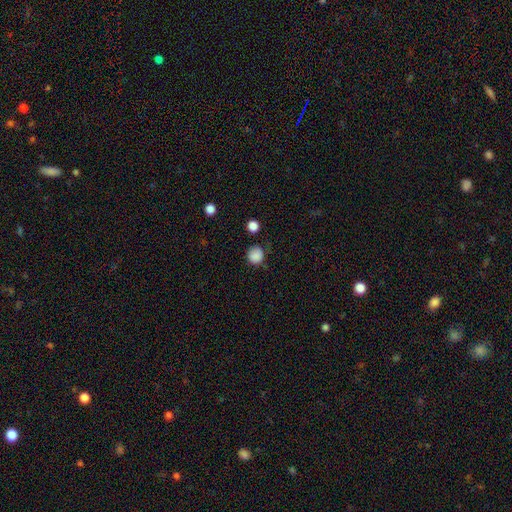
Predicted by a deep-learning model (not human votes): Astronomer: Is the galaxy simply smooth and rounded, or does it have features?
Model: smooth — 86%.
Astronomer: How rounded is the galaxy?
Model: round — 89%.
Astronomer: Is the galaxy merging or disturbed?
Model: none — 74%.